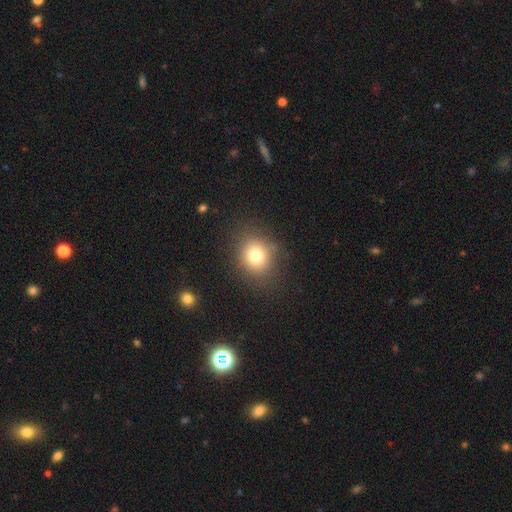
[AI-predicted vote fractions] This appears to be a smooth galaxy with no disk features (76%) that is round (75%). Merging: none (83%).